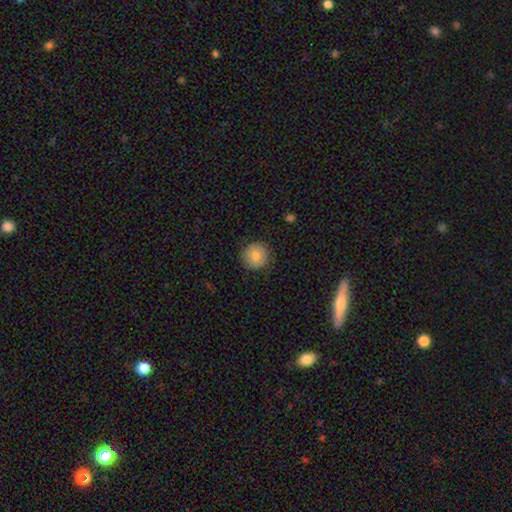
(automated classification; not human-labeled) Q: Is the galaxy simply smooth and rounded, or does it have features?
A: smooth — 78%.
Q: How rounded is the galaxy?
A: round — 94%.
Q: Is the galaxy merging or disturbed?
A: none — 84%.